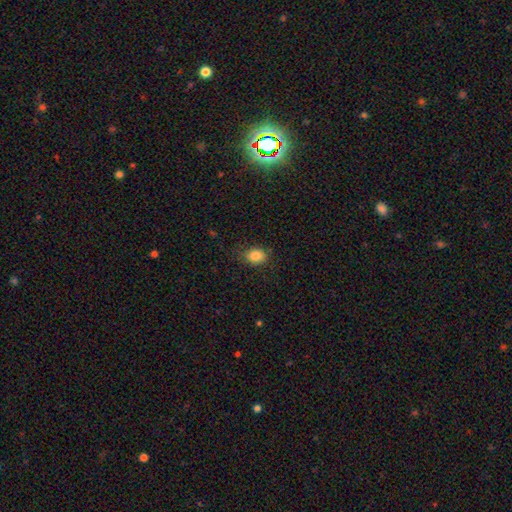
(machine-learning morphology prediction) Smooth or featured: smooth — 85% (star or artifact — 9%)
How rounded: in between — 67% (round — 32%)
Merging: none — 81% (minor disturbance — 15%)